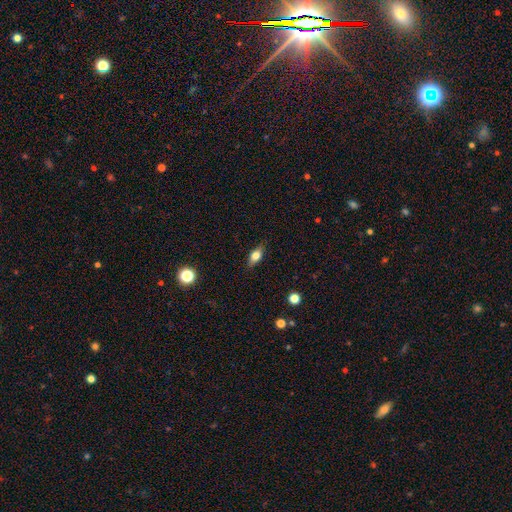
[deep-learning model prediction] A smooth galaxy with no disk features (72%) that is in between round and cigar-shaped (79%). Merging: none (85%).